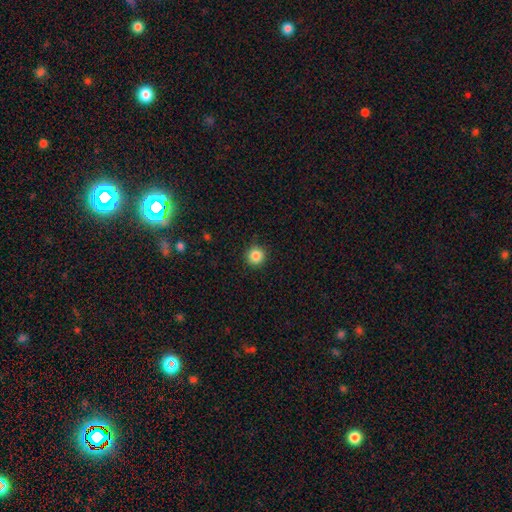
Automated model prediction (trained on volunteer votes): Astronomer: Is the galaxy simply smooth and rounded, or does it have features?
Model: smooth — 86%.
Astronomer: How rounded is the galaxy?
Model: round — 94%.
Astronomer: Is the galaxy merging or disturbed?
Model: none — 90%.